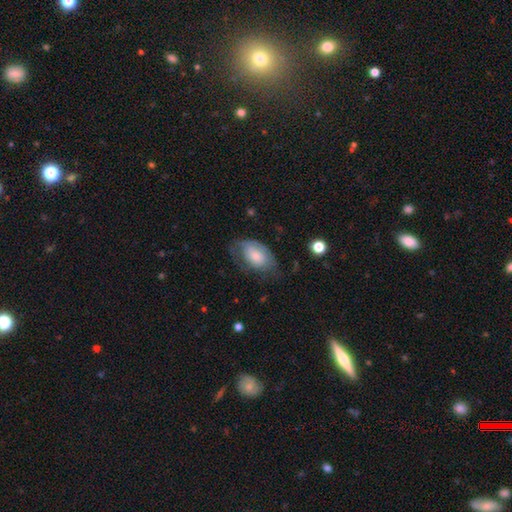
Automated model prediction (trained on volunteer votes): Overall: smooth (60%; featured or disk 33%). How rounded: in between (91%). Merging: none (47%; minor disturbance 32%).